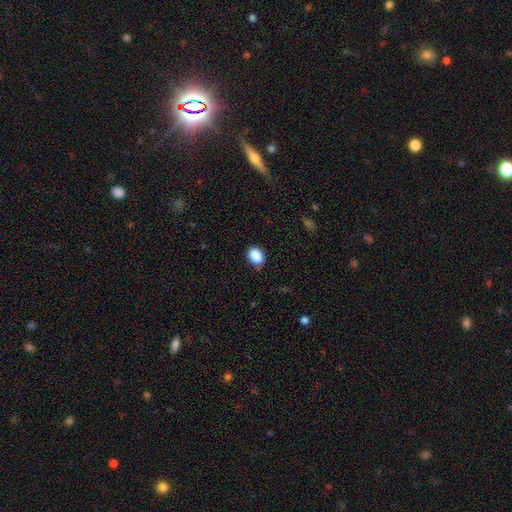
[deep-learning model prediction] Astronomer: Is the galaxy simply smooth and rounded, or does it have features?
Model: smooth — 89%.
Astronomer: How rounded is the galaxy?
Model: in between — 73%.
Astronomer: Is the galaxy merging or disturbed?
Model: none — 79%.